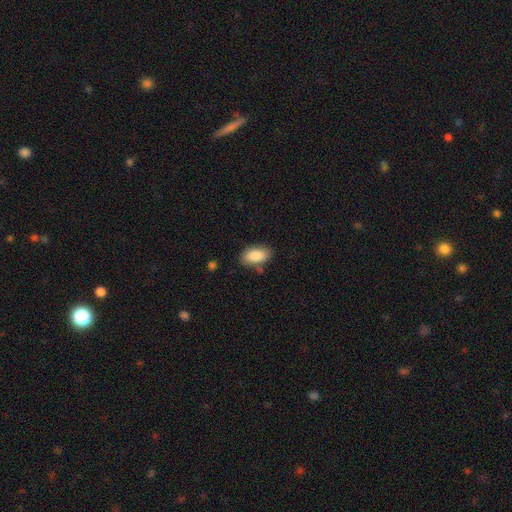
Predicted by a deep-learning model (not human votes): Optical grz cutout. It shows a smooth galaxy with no disk features (87%) that is in between round and cigar-shaped (93%). Merging: none (78%).